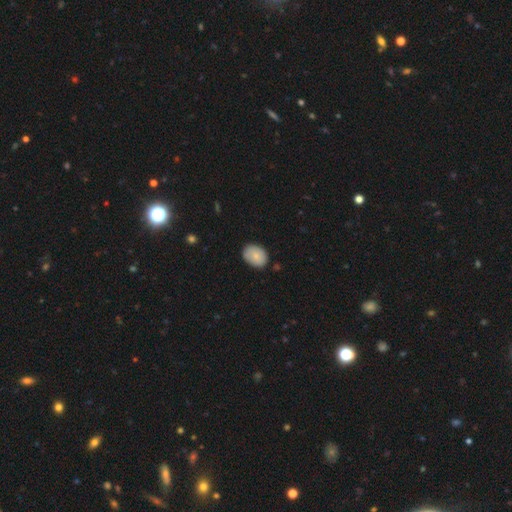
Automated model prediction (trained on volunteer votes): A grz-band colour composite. It shows a smooth galaxy with no disk features (81%) that is in between round and cigar-shaped (74%). Merging: none (80%).